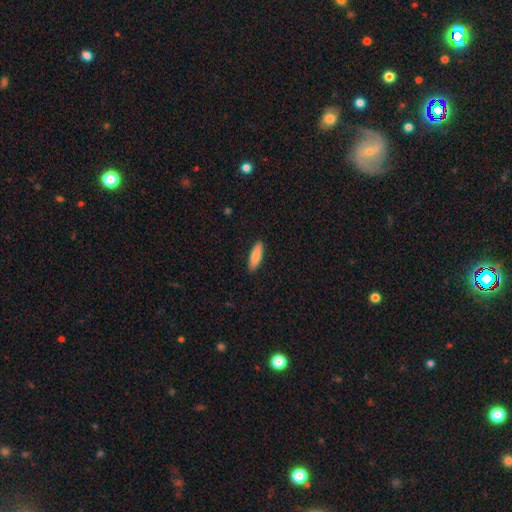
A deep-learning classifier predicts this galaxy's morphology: The model was most divided on "how rounded": cigar-shaped: 56%, in between: 42%, round: 2%. More confident: merging — none (90%); smooth or featured — smooth (83%).